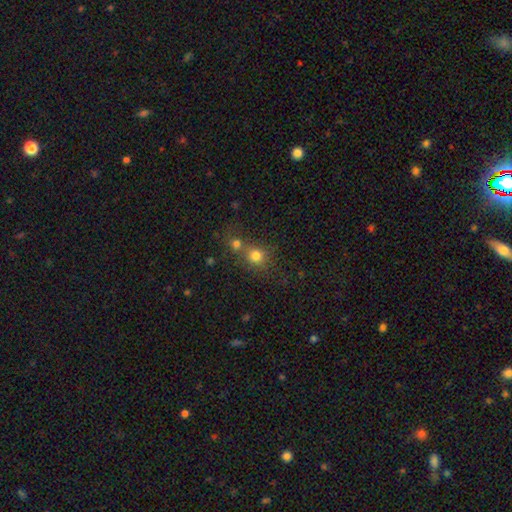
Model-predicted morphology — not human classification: A smooth galaxy with no disk features (76%) that is round (83%). Merging: none (46%).